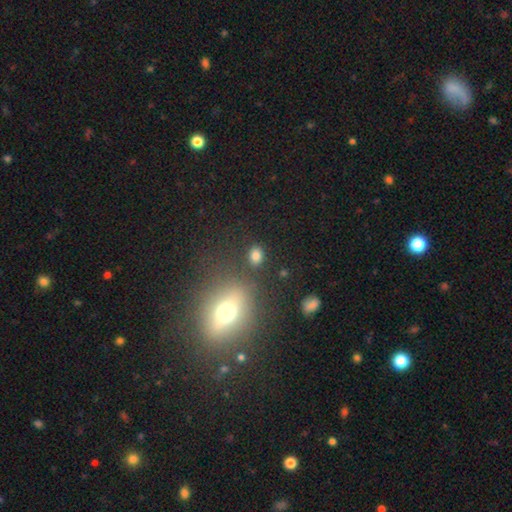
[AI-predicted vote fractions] smooth_or_featured: smooth (p=0.80) [alt: star or artifact p=0.14]
how_rounded: in between (p=0.62) [alt: round p=0.37]
merging: none (p=0.82) [alt: minor disturbance p=0.10]